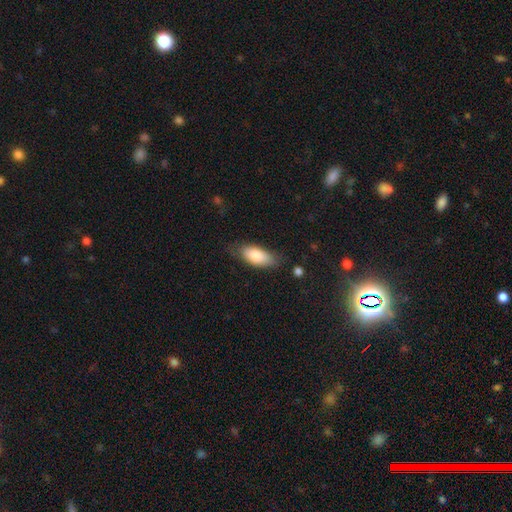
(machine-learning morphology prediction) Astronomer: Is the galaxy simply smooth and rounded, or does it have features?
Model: smooth — 79%.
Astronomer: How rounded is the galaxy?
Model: in between — 85%.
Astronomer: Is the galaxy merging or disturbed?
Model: none — 70%.